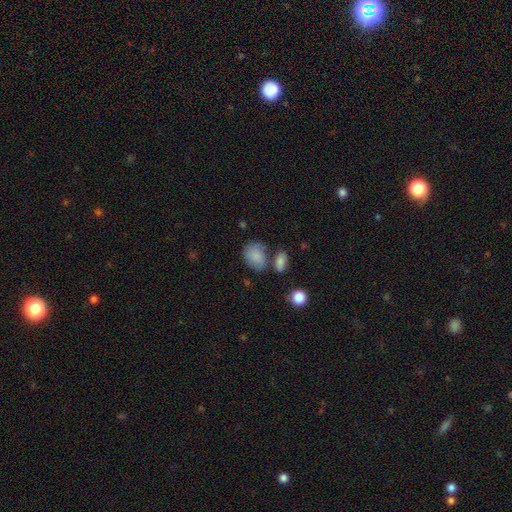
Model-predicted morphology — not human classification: Q: Smooth or featured?
A: smooth (78%); runner-up: featured or disk (13%)
Q: How rounded?
A: in between (67%); runner-up: round (32%)
Q: Merging?
A: none (48%); runner-up: minor disturbance (25%)